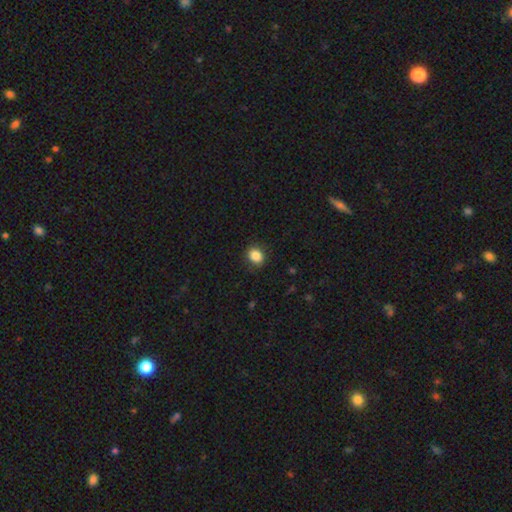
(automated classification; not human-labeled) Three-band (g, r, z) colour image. It shows a smooth galaxy with no disk features (86%) that is round (50%, tied with in between). Merging: none (86%).